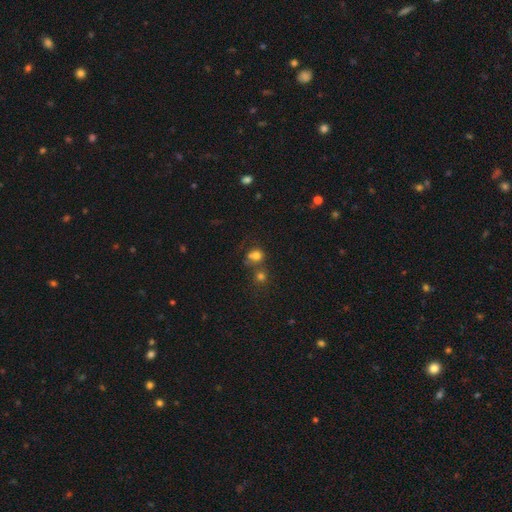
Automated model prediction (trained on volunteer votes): Q: Smooth or featured?
A: smooth (70%); runner-up: star or artifact (18%)
Q: How rounded?
A: round (68%); runner-up: in between (31%)
Q: Merging?
A: merger (41%); runner-up: none (38%)